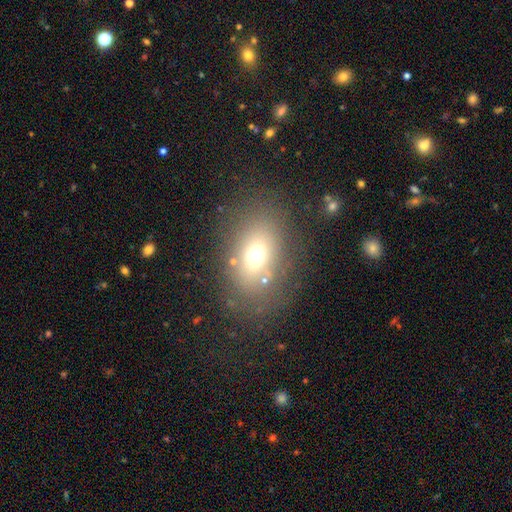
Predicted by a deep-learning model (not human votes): Overall: smooth (66%). How rounded: in between (66%; round 32%). Merging: none (77%).